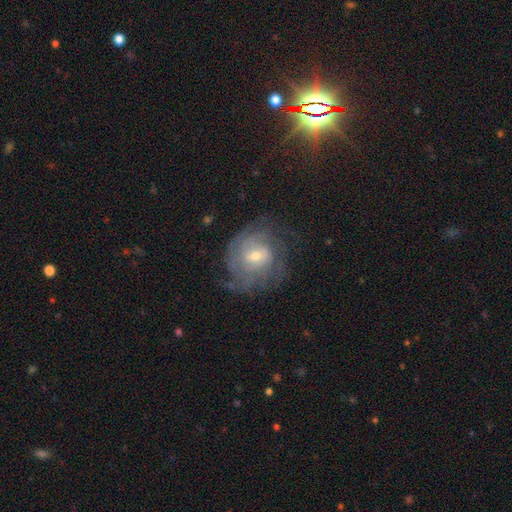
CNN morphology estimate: A featured or disk galaxy (76%) with no bar (48%), tight (58%) spiral arms (89%) and a small central bulge (49%). Merging: none (64%).